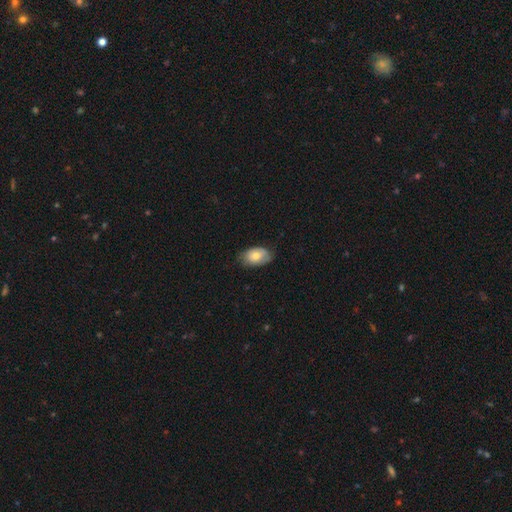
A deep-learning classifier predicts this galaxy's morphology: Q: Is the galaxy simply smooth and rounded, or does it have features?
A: smooth — 70%.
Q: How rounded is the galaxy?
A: in between — 90%.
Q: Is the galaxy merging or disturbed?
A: none — 68%.